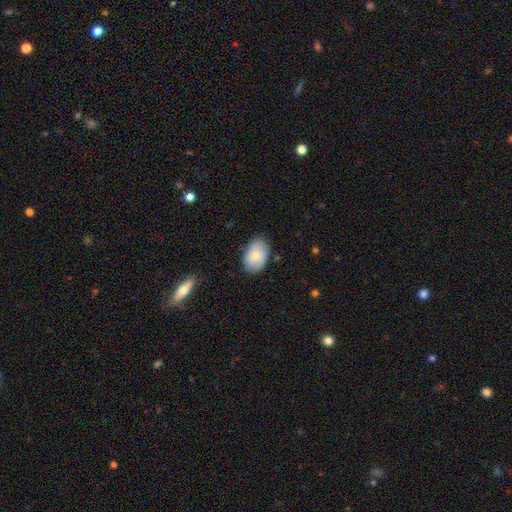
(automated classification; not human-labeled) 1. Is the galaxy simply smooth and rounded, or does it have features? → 75% smooth, 18% featured or disk, 6% star or artifact.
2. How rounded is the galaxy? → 88% in between, 11% round, 1% cigar-shaped.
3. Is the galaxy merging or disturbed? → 77% none, 19% minor disturbance, 3% major disturbance, 1% merger.